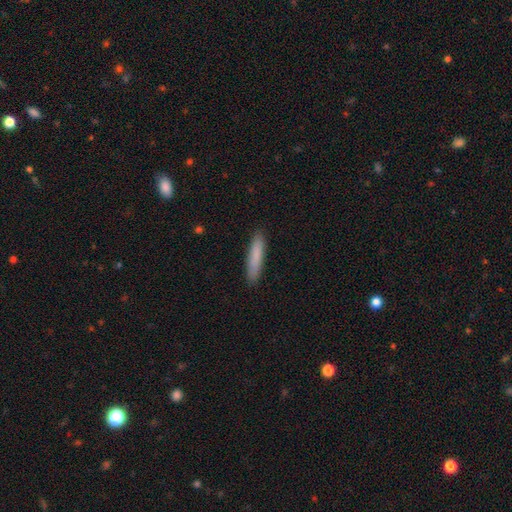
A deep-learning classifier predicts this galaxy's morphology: type=smooth (83%); roundness=cigar-shaped (88%); merging=none (89%).